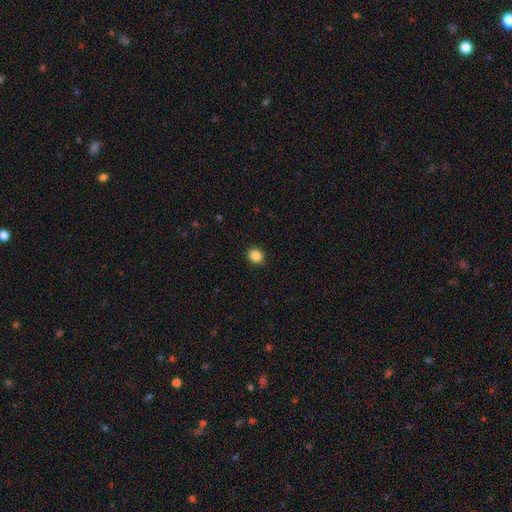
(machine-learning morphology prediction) Smooth or featured? Predicted: smooth (p=0.86). How rounded? Predicted: round (p=0.82). Merging? Predicted: none (p=0.92).